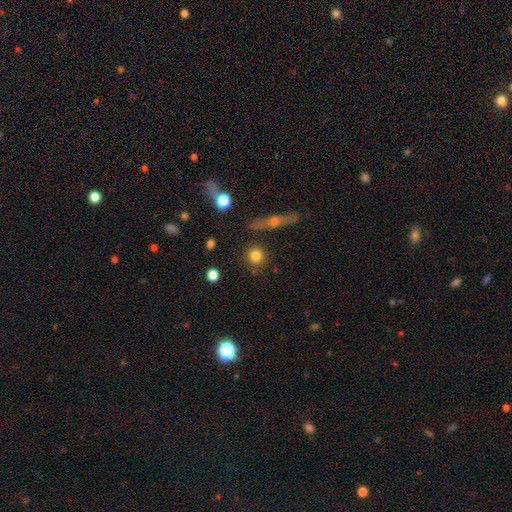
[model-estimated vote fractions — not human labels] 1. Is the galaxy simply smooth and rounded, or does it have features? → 79% smooth, 10% featured or disk, 10% star or artifact.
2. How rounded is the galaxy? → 91% round, 7% in between, 2% cigar-shaped.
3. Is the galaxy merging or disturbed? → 83% none, 9% minor disturbance, 5% merger, 3% major disturbance.